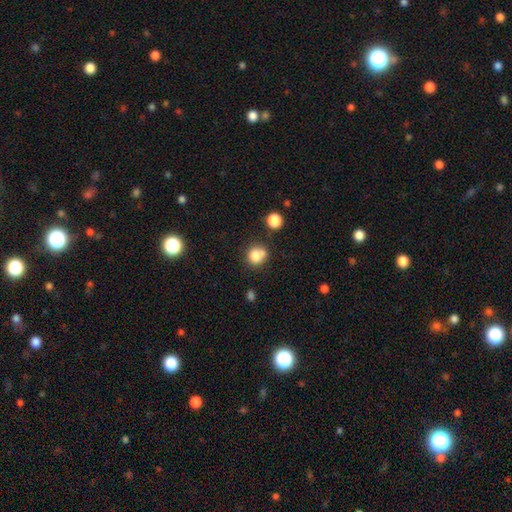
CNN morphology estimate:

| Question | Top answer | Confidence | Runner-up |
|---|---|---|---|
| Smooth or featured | smooth | 80% | star or artifact (12%) |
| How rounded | round | 79% | in between (20%) |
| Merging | none | 55% | merger (23%) |